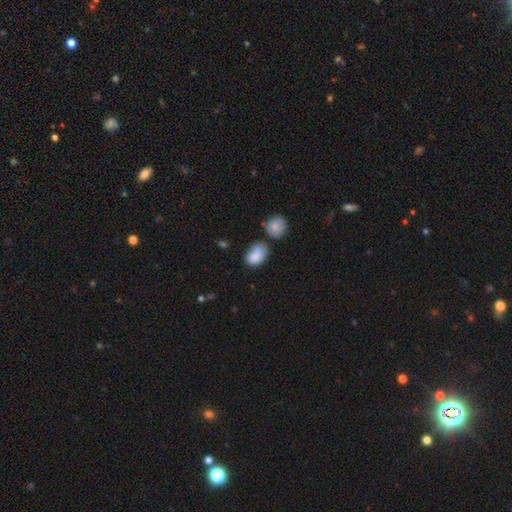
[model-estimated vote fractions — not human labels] Smooth or featured?
  - smooth: 83% *
  - featured or disk: 9%
  - star or artifact: 8%
How rounded?
  - in between: 79% *
  - round: 20%
  - cigar-shaped: 1%
Merging?
  - none: 45% *
  - minor disturbance: 31%
  - merger: 14%
  - major disturbance: 10%